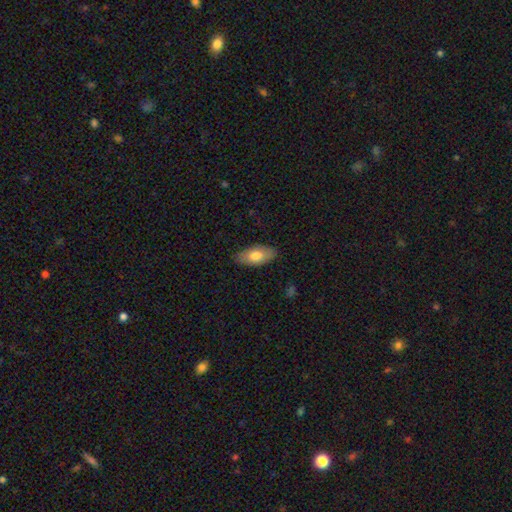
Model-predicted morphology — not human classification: type=smooth (75%); roundness=in between (91%); merging=none (85%).